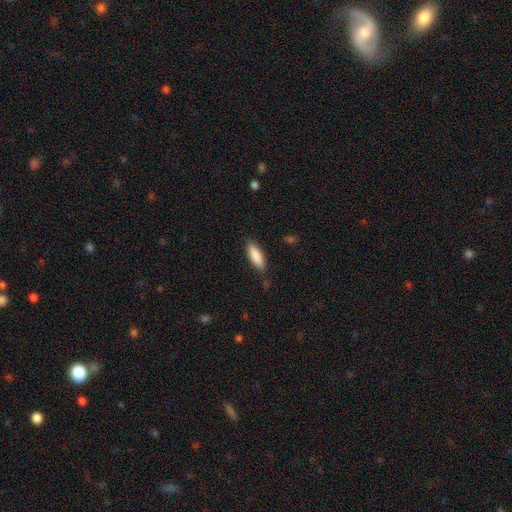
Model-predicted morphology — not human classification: This appears to be a smooth galaxy with no disk features (87%) that is in between round and cigar-shaped (57%). Merging: none (85%).